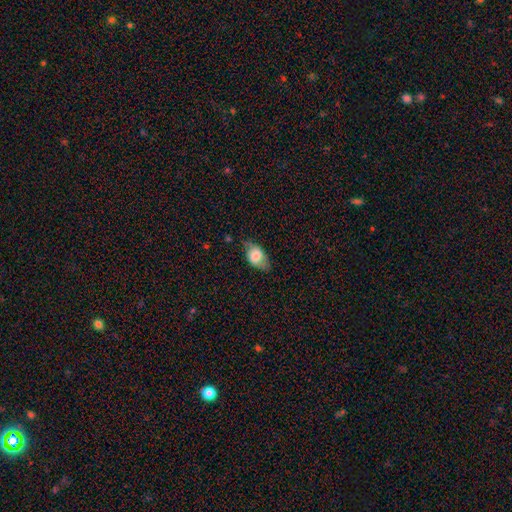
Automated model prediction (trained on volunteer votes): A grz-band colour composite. It shows a smooth galaxy with no disk features (72%) that is in between round and cigar-shaped (86%). Merging: none (65%).